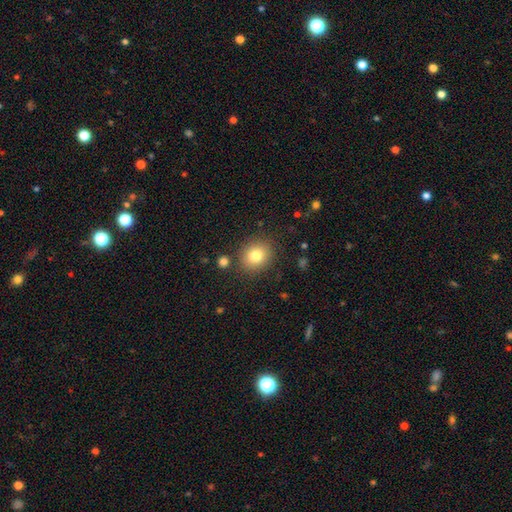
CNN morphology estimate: Smooth or featured: smooth — 80% (star or artifact — 11%)
How rounded: round — 71% (in between — 28%)
Merging: none — 85% (minor disturbance — 9%)